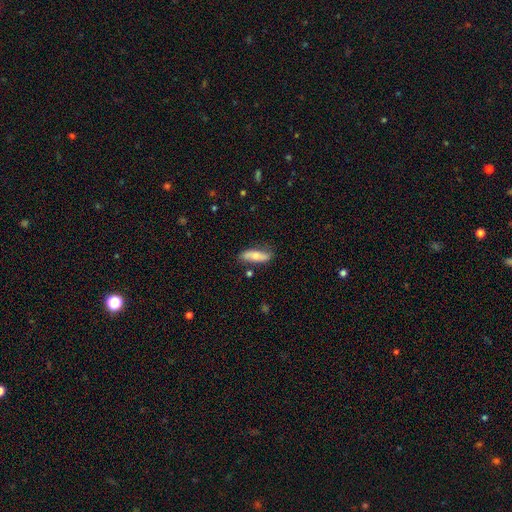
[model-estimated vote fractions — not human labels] Smooth or featured? Predicted: smooth (p=0.63). How rounded? Predicted: in between (p=0.50). Merging? Predicted: none (p=0.73).